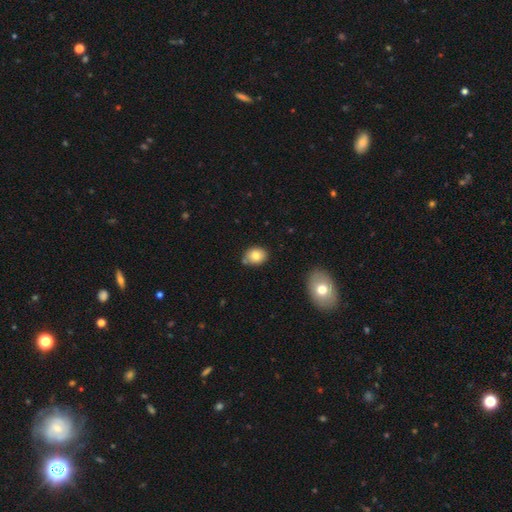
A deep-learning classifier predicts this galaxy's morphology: A smooth galaxy with no disk features (81%) that is in between round and cigar-shaped (50%).

Vote fractions:
- Smooth or featured? smooth: 81% / featured or disk: 9% / star or artifact: 9%
- How rounded? in between: 50% / round: 49% / cigar-shaped: 1%
- Merging? none: 74% / minor disturbance: 16% / merger: 7% / major disturbance: 3%